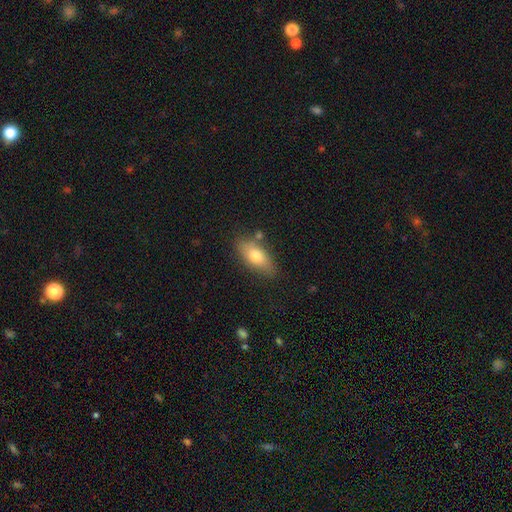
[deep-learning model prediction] Morphology: type=smooth (73%); roundness=in between (83%); merging=none (76%).